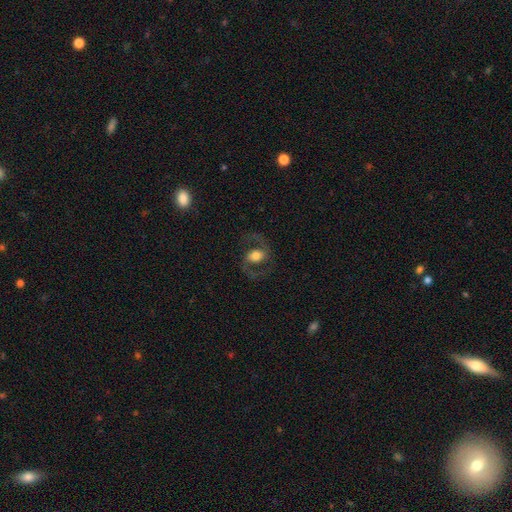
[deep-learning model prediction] This appears to be a featured or disk galaxy (73%) with no bar (48%), 2 (92%) medium (55%) spiral arms (88%) and a moderate central bulge (51%). Merging: none (74%).